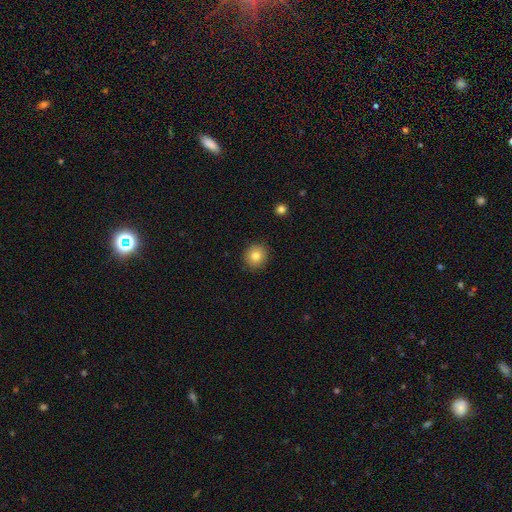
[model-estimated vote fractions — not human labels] Q: Smooth or featured?
A: smooth (82%); runner-up: star or artifact (10%)
Q: How rounded?
A: round (89%); runner-up: in between (10%)
Q: Merging?
A: none (90%); runner-up: minor disturbance (7%)